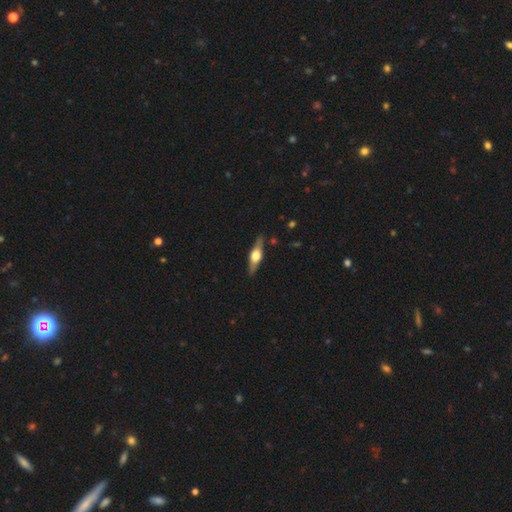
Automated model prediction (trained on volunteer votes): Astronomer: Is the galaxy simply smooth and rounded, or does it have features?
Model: featured or disk — 63%.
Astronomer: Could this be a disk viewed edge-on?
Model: yes — 94%.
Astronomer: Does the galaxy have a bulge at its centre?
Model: rounded — 93%.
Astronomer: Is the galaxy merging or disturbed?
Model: none — 87%.